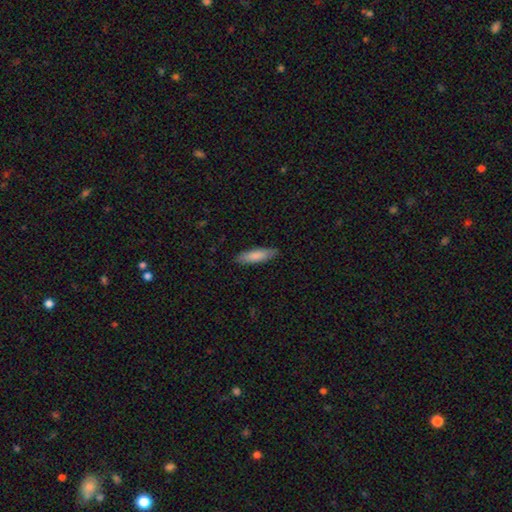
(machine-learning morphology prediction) This is clearly a smooth galaxy (83%). How rounded: likely cigar-shaped (62%). Merging: clearly none (87%).